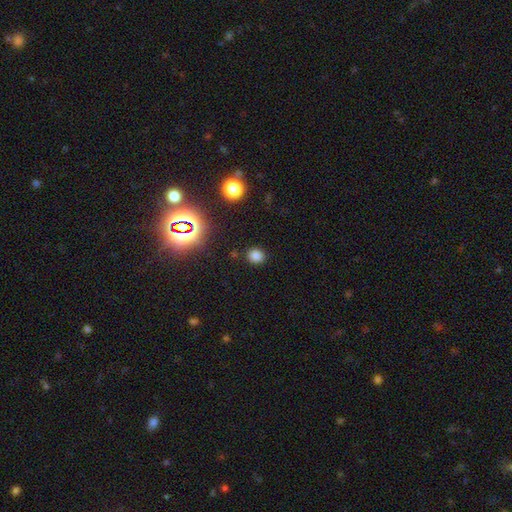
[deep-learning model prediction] Smooth or featured: smooth — 76% (star or artifact — 18%)
How rounded: round — 77% (in between — 22%)
Merging: none — 86% (minor disturbance — 8%)